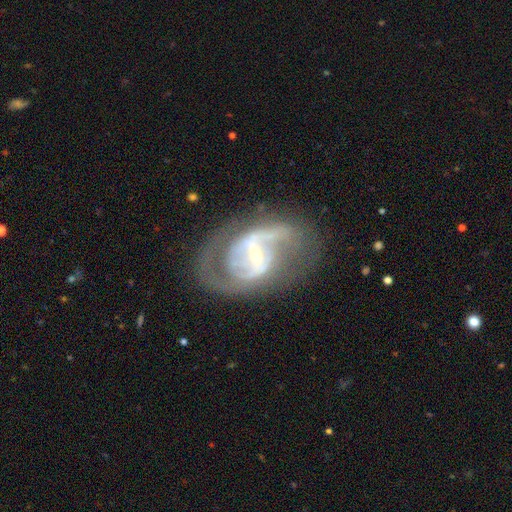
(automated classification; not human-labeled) The model was most divided on "bar": strong: 48%, weak: 35%, no: 17%. Remaining: edge-on disk — no (95%); smooth or featured — featured or disk (86%); spiral arms — yes (85%); spiral arm count — 2 (75%); bulge size — small (69%); merging — none (65%); spiral winding — medium (50%).